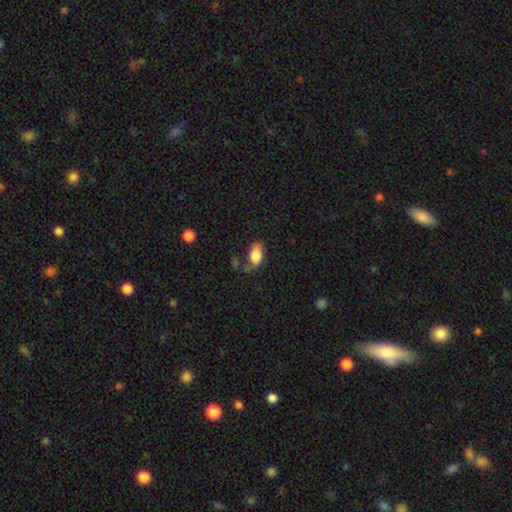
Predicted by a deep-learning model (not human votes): Morphology: type=smooth (83%); roundness=in between (91%); merging=none (58%).